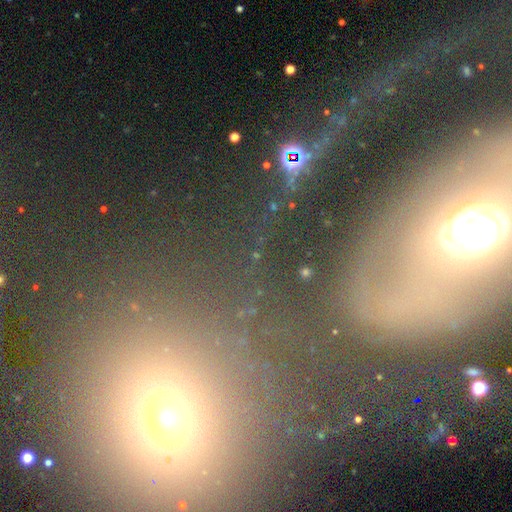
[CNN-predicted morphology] Overall: star or artifact (47%; smooth 27%).